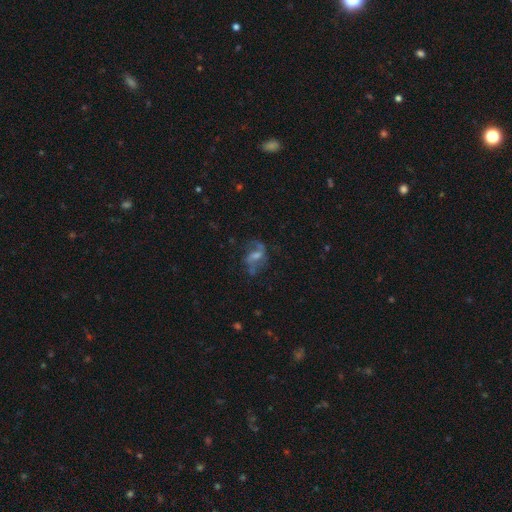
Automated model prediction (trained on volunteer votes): The model was most divided on "bulge size": moderate: 35%, small: 31%, none: 24%, large: 8%, dominant: 2%. Remaining: edge-on disk — no (96%); spiral arms — yes (77%); smooth or featured — featured or disk (66%); merging — none (50%); bar — weak (46%).